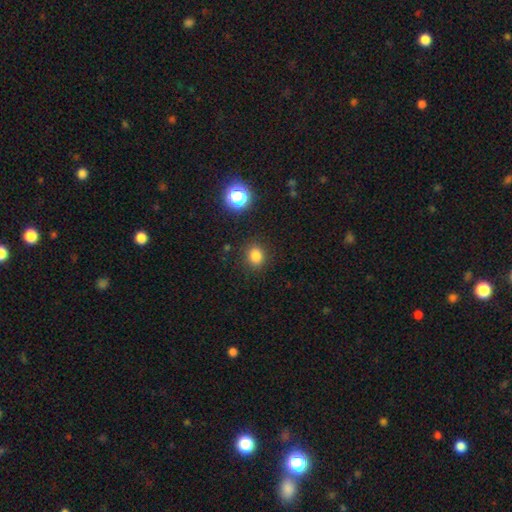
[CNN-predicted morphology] Smooth or featured: smooth — 82% (star or artifact — 14%)
How rounded: round — 56% (in between — 43%)
Merging: none — 87% (minor disturbance — 8%)